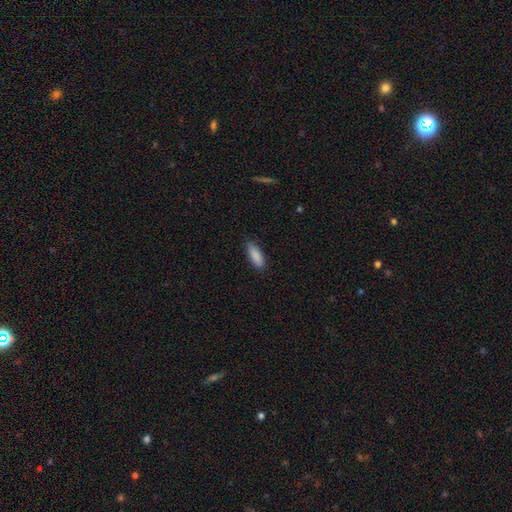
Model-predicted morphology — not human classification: type=smooth (89%); roundness=in between (64%); merging=none (86%).